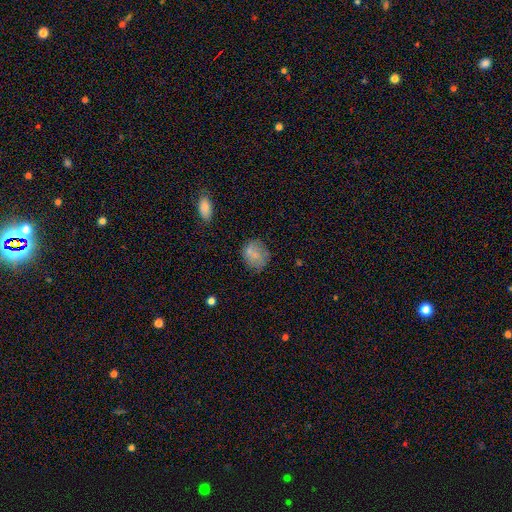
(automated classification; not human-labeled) Q: Smooth or featured?
A: smooth (75%); runner-up: featured or disk (16%)
Q: How rounded?
A: round (70%); runner-up: in between (29%)
Q: Merging?
A: none (66%); runner-up: minor disturbance (19%)